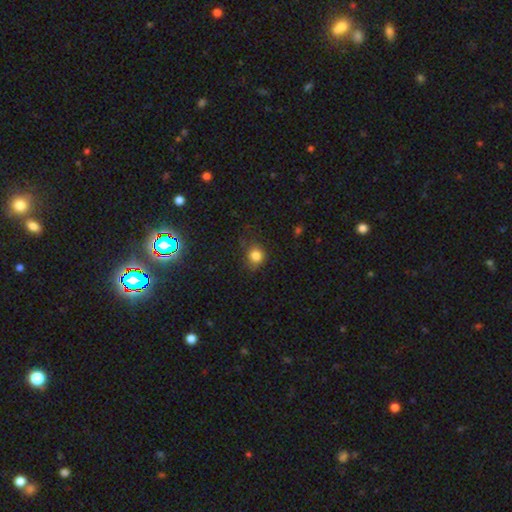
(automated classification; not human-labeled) Morphology: type=smooth (82%); roundness=round (78%); merging=none (69%).